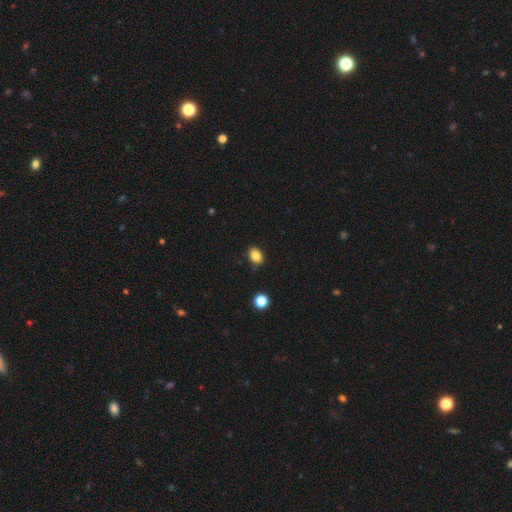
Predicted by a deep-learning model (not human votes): Smooth or featured? Predicted: smooth (p=0.84). How rounded? Predicted: in between (p=0.68). Merging? Predicted: none (p=0.87).